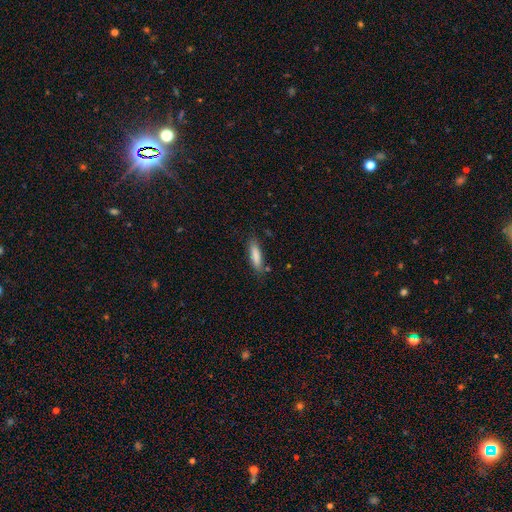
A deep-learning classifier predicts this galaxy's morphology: type=smooth (85%); roundness=cigar-shaped (67%); merging=none (80%).